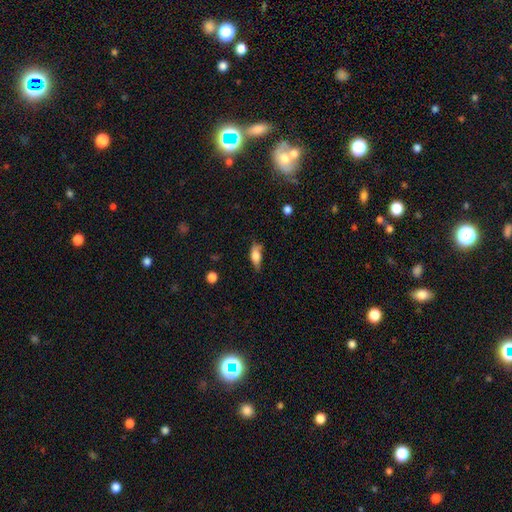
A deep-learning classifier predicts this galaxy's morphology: type=smooth (69%); roundness=in between (76%); merging=none (51%).